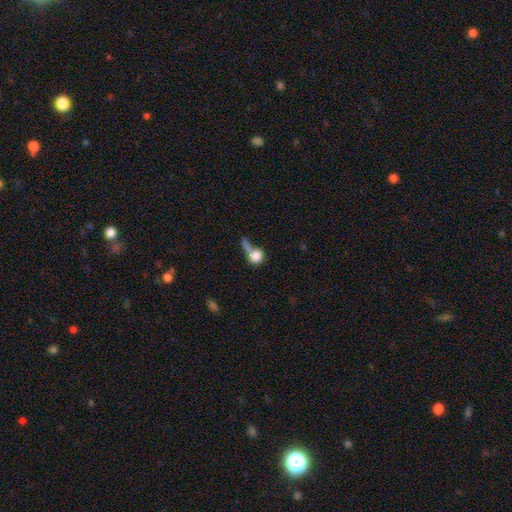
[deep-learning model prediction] smooth-or-featured: smooth: 74% | featured or disk: 17% | star or artifact: 9%
  how-rounded: round: 68% | in between: 28% | cigar-shaped: 4%
  merging: merger: 31% | major disturbance: 29% | none: 25% | minor disturbance: 14%